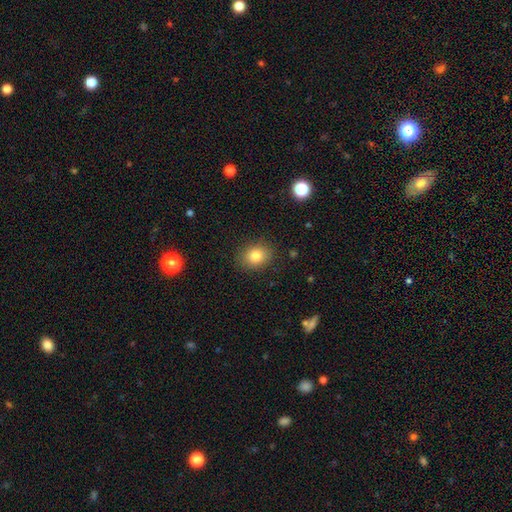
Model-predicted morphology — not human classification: Smooth or featured?
  - smooth: 81% *
  - star or artifact: 10%
  - featured or disk: 9%
How rounded?
  - in between: 51% *
  - round: 48%
  - cigar-shaped: 1%
Merging?
  - none: 86% *
  - minor disturbance: 10%
  - major disturbance: 3%
  - merger: 1%